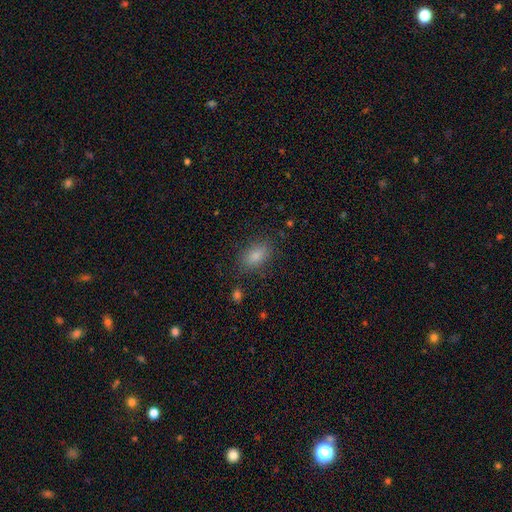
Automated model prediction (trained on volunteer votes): A smooth galaxy with no disk features (83%) that is in between round and cigar-shaped (87%). Merging: none (82%).